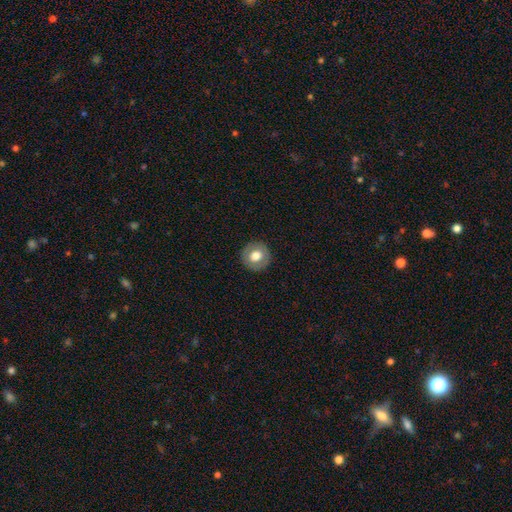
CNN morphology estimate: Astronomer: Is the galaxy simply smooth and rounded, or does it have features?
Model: smooth — 66%.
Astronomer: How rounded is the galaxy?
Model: round — 91%.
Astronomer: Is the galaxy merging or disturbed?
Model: none — 90%.